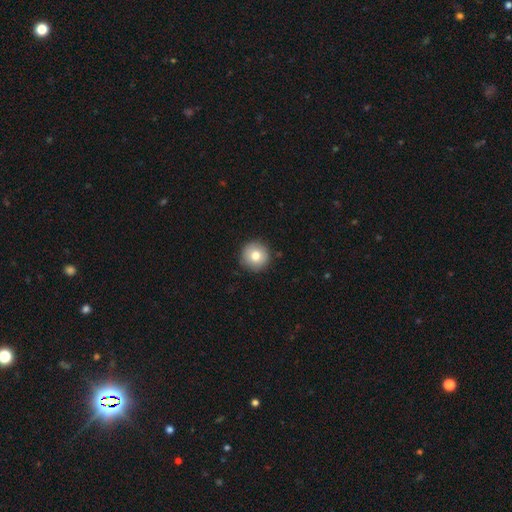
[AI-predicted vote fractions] This is likely a smooth galaxy (78%). How rounded: clearly round (95%). Merging: clearly none (91%).